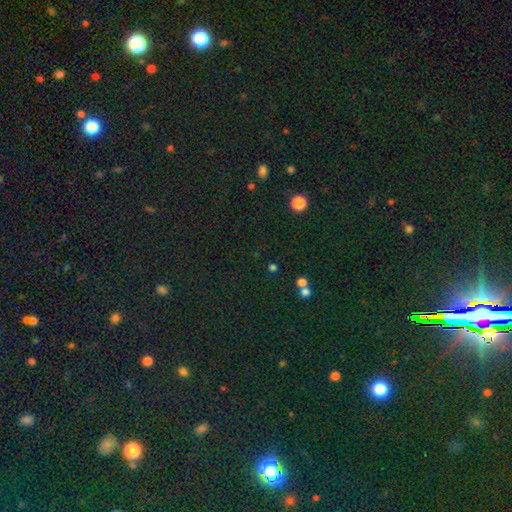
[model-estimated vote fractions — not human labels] smooth-or-featured: star or artifact: 81% | smooth: 12% | featured or disk: 7%